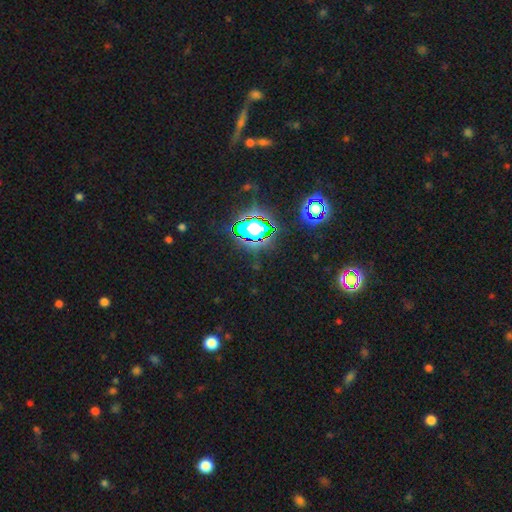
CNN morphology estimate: Smooth or featured?
  - star or artifact: 78% *
  - smooth: 13%
  - featured or disk: 9%